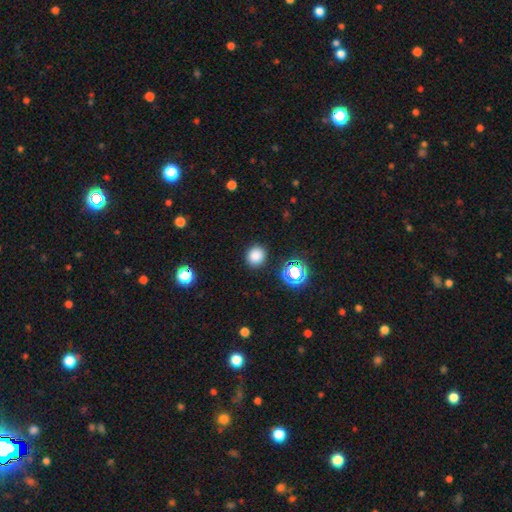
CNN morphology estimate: The model was most divided on "how rounded": round: 82%, in between: 17%, cigar-shaped: 1%. More confident: merging — none (89%); smooth or featured — smooth (80%).